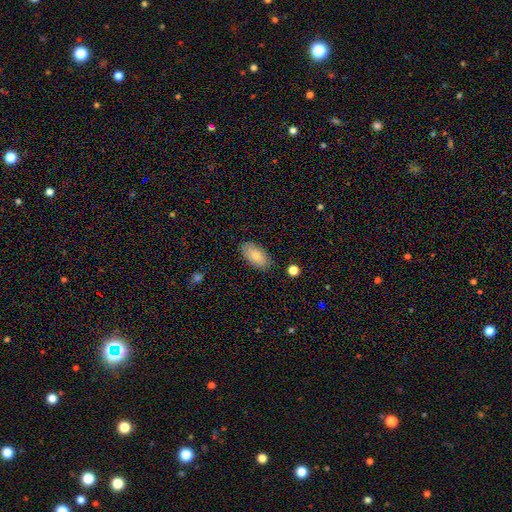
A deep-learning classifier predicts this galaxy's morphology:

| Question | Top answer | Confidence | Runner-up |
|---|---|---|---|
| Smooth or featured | smooth | 79% | featured or disk (14%) |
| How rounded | in between | 94% | round (3%) |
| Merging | none | 85% | minor disturbance (11%) |